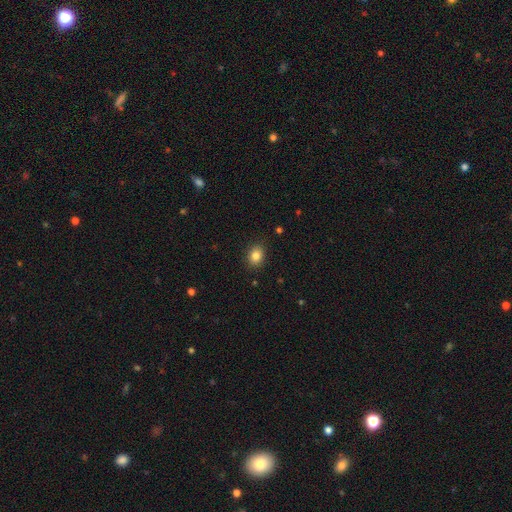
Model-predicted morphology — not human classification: type=smooth (84%); roundness=in between (51%); merging=none (88%).